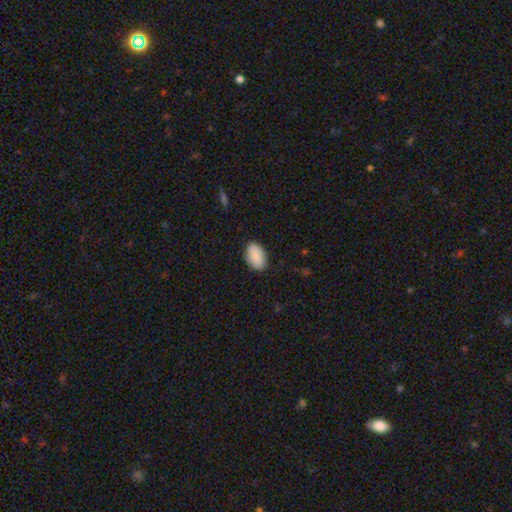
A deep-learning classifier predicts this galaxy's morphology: This is clearly a smooth galaxy (85%). How rounded: clearly in between (93%). Merging: clearly none (85%).